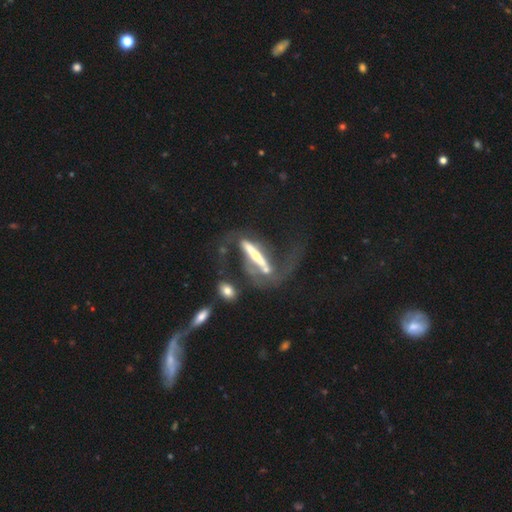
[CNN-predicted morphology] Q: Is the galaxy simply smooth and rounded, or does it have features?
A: featured or disk — 75%.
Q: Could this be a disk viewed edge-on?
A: yes — 58%.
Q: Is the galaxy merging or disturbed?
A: major disturbance — 45%.